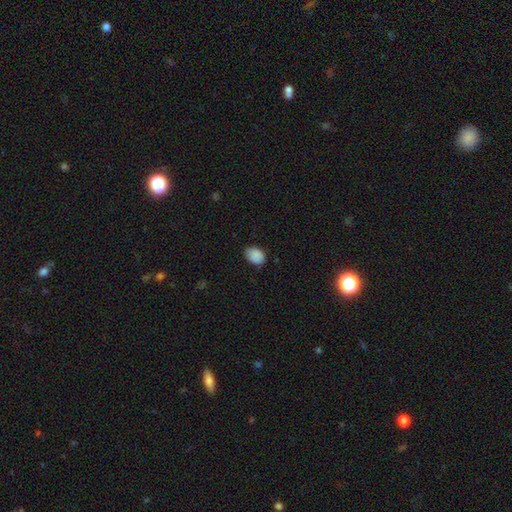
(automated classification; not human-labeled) A smooth galaxy with no disk features (88%) that is in between round and cigar-shaped (73%).

Vote fractions:
- Smooth or featured? smooth: 88% / star or artifact: 8% / featured or disk: 4%
- How rounded? in between: 73% / round: 26% / cigar-shaped: 1%
- Merging? none: 74% / minor disturbance: 22% / major disturbance: 3% / merger: 1%